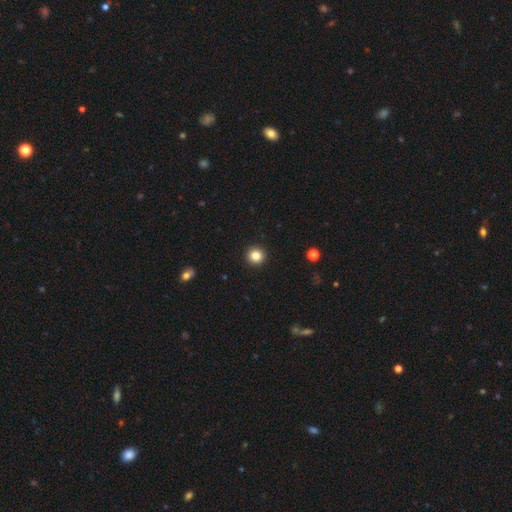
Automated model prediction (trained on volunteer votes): smooth_or_featured: smooth (p=0.84) [alt: star or artifact p=0.11]
how_rounded: round (p=0.95) [alt: in between p=0.04]
merging: none (p=0.94) [alt: minor disturbance p=0.04]